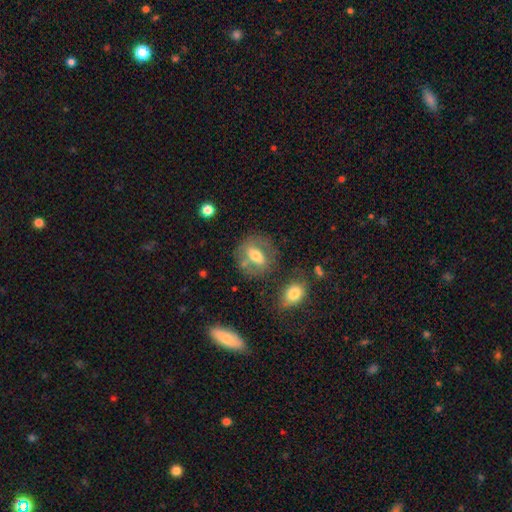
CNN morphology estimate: smooth-or-featured: featured or disk: 47% | smooth: 44% | star or artifact: 8%
  merging: none: 64% | minor disturbance: 16% | merger: 10% | major disturbance: 10%